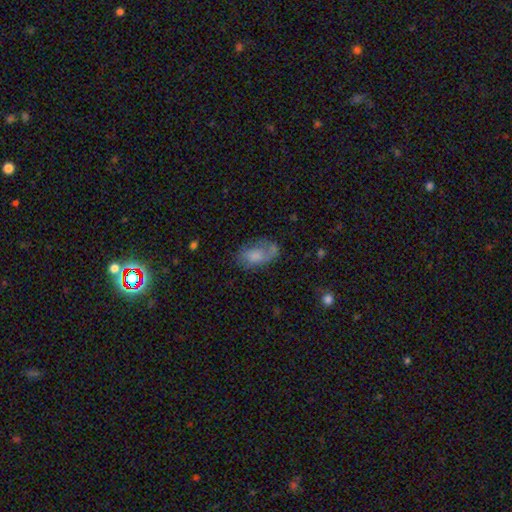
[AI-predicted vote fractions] smooth 67%, featured or disk 24%, star or artifact 9%. Down the decision tree: how rounded — in between (91%); merging — none (51%).